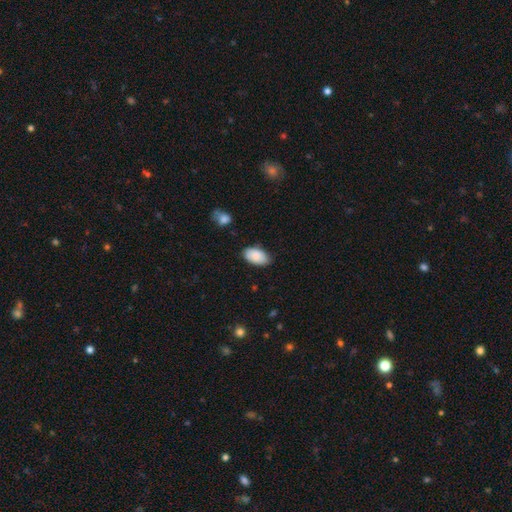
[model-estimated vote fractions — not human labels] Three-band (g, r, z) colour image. It shows a smooth galaxy with no disk features (87%) that is in between round and cigar-shaped (95%). Merging: none (79%).